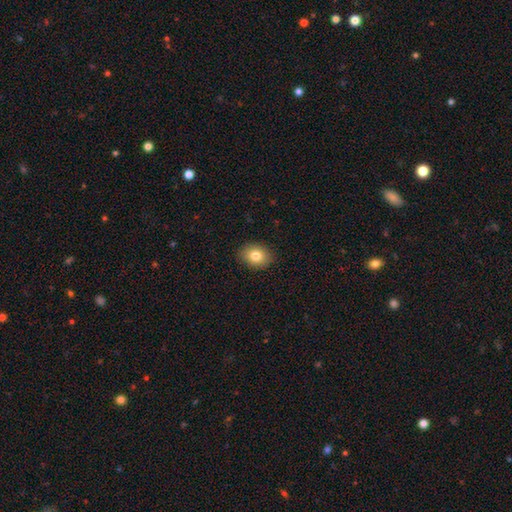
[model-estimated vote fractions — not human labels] This is clearly a smooth galaxy (81%). How rounded: possibly in between (59%). Merging: clearly none (89%).